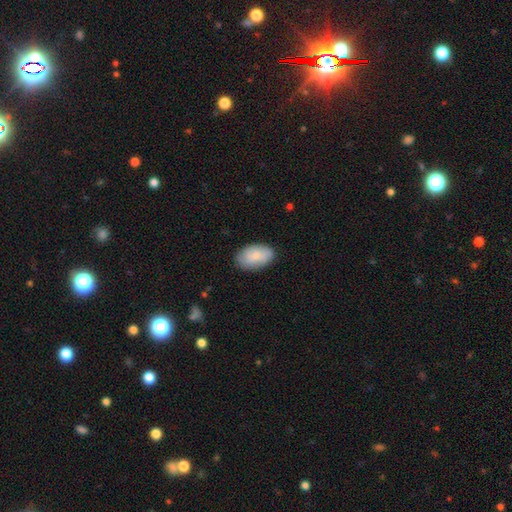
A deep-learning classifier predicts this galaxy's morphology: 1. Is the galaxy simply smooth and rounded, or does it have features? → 68% smooth, 25% featured or disk, 7% star or artifact.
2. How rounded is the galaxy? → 93% in between, 6% round, 2% cigar-shaped.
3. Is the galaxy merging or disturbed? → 81% none, 15% minor disturbance, 3% major disturbance, 1% merger.